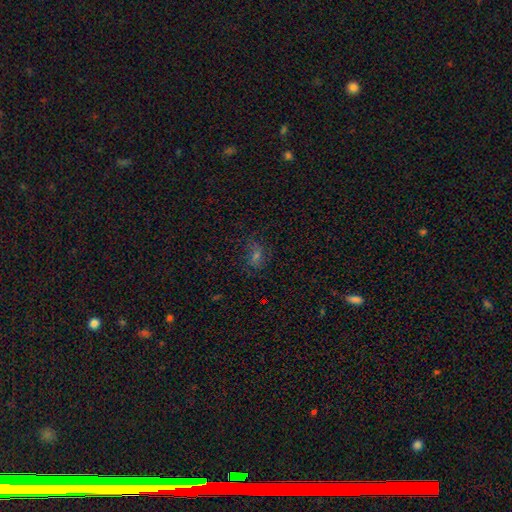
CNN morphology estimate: Smooth or featured?
  - smooth: 36% * (tied)
  - star or artifact: 36% * (tied)
  - featured or disk: 28%
Merging?
  - none: 68% *
  - minor disturbance: 18%
  - major disturbance: 12%
  - merger: 2%